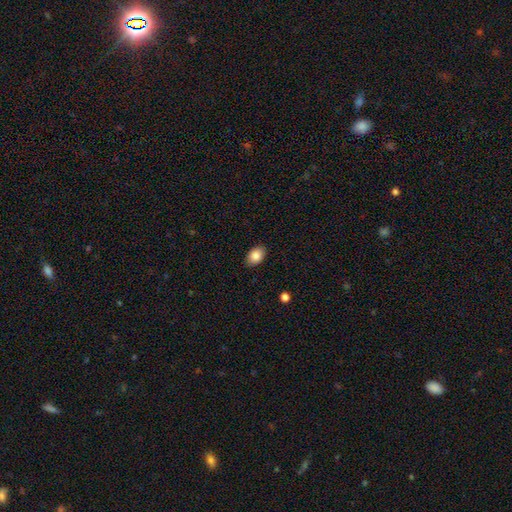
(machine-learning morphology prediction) This appears to be a smooth galaxy with no disk features (87%) that is in between round and cigar-shaped (83%). Merging: none (88%).